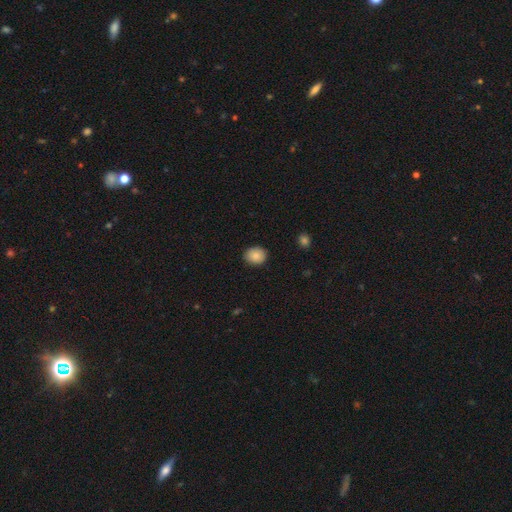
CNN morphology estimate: Overall: smooth (86%). How rounded: round (69%; in between 30%). Merging: none (88%).